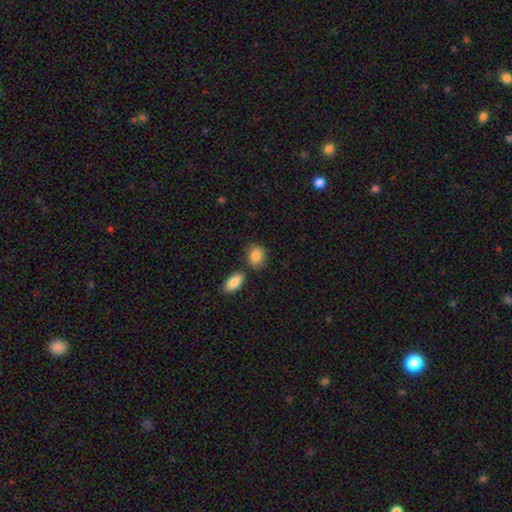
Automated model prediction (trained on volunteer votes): Smooth or featured? smooth (87%)
How rounded? in between (57%)
Merging? none (70%)